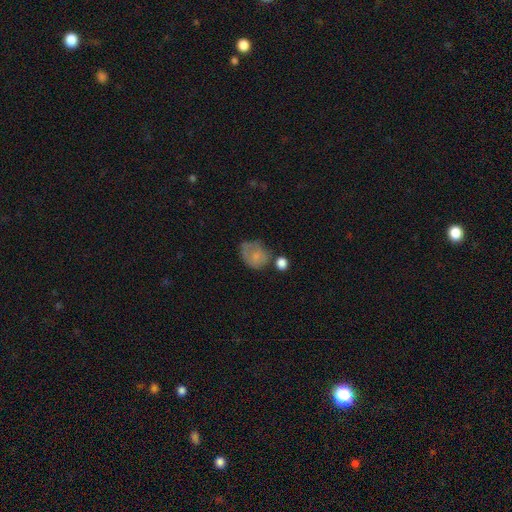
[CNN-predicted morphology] type=smooth (71%); roundness=round (59%); merging=none (39%).